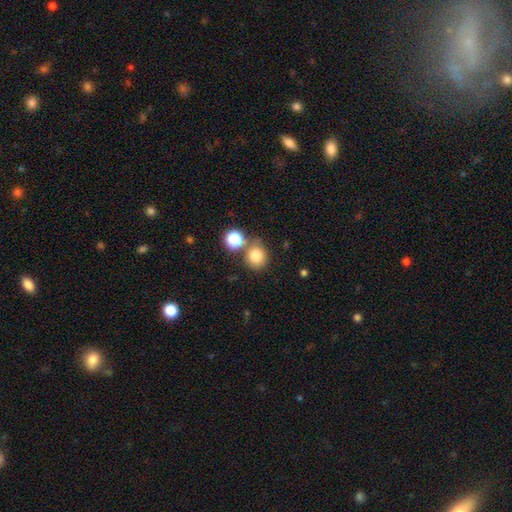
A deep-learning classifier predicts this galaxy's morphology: Smooth or featured? Predicted: smooth (p=0.79). How rounded? Predicted: round (p=0.86). Merging? Predicted: none (p=0.67).